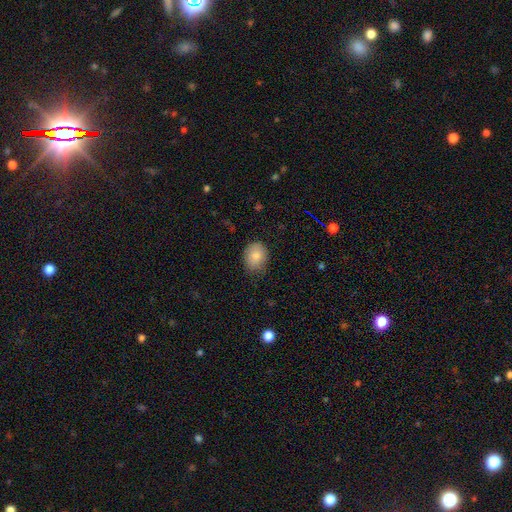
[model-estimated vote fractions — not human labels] Q: Smooth or featured?
A: smooth (82%); runner-up: featured or disk (10%)
Q: How rounded?
A: in between (55%); runner-up: round (44%)
Q: Merging?
A: none (72%); runner-up: minor disturbance (23%)